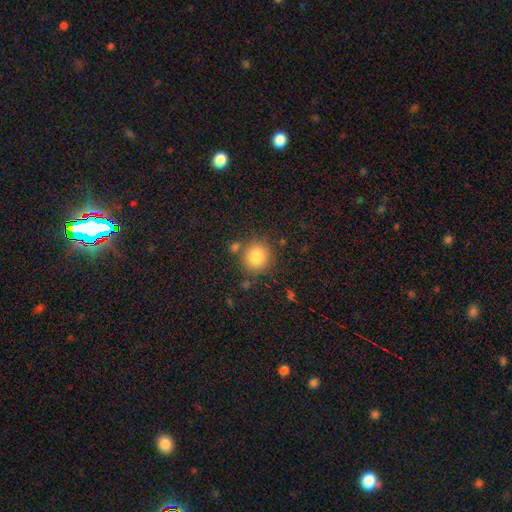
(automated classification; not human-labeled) Morphology: type=smooth (83%); roundness=round (88%); merging=none (77%).